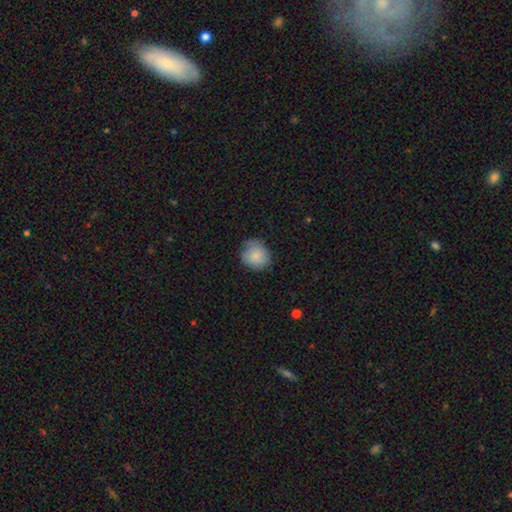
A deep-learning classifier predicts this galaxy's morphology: A smooth galaxy with no disk features (79%) that is round (76%). Merging: none (64%).